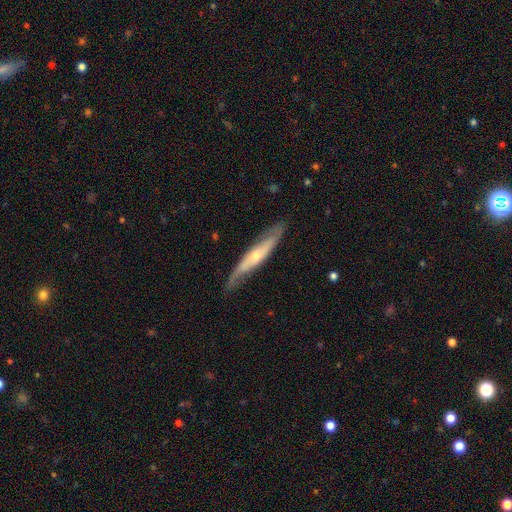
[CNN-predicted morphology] A featured or disk galaxy (64%) viewed edge-on (66%). Merging: none (78%).